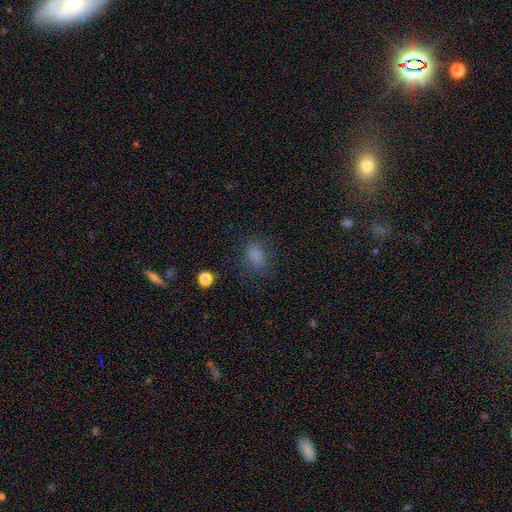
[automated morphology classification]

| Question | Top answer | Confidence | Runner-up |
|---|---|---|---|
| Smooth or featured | smooth | 79% | star or artifact (14%) |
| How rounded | in between | 73% | round (25%) |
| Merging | none | 70% | minor disturbance (18%) |